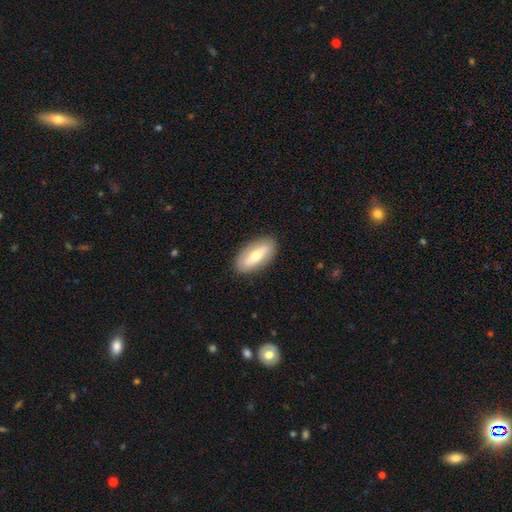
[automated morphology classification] smooth_or_featured: smooth (p=0.58) [alt: featured or disk p=0.36]
how_rounded: in between (p=0.85) [alt: cigar-shaped p=0.12]
merging: none (p=0.87) [alt: minor disturbance p=0.09]